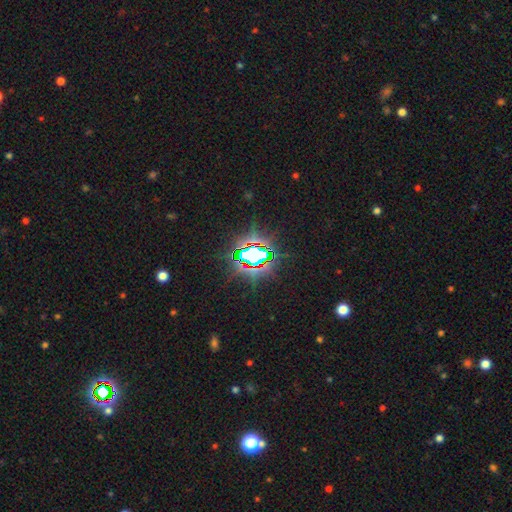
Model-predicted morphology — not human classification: Smooth or featured?
  - star or artifact: 77% *
  - smooth: 13%
  - featured or disk: 11%